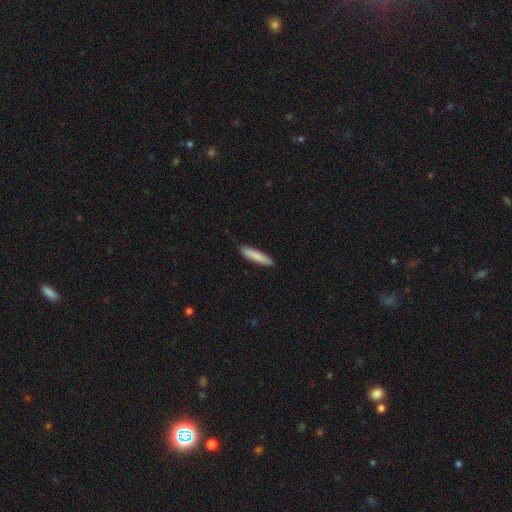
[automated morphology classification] smooth-or-featured: smooth: 85% | featured or disk: 10% | star or artifact: 6%
  how-rounded: cigar-shaped: 87% | in between: 12% | round: 1%
  merging: none: 89% | minor disturbance: 9% | major disturbance: 2% | merger: 1%